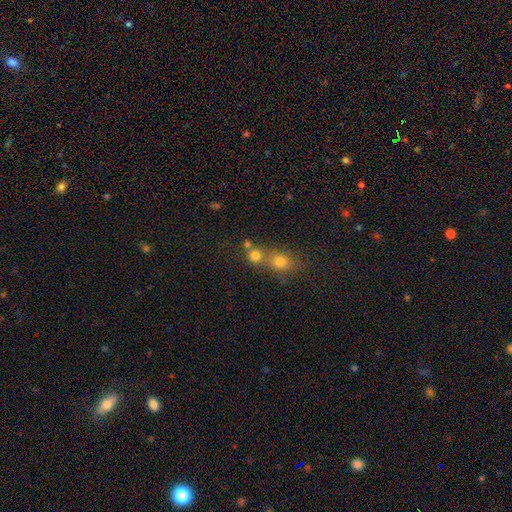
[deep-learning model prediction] Smooth or featured? smooth (70%)
How rounded? round (81%)
Merging? merger (49%)